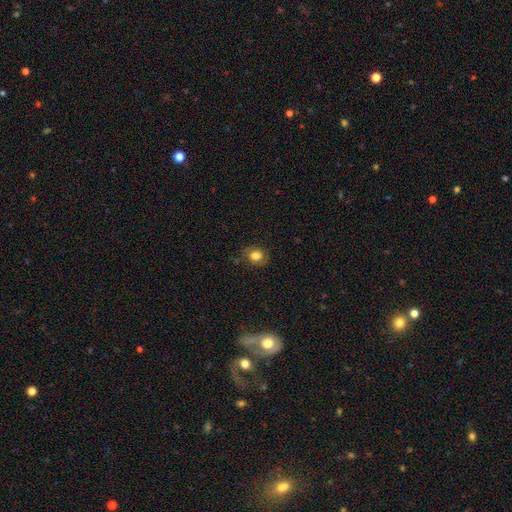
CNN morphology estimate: Smooth or featured?
  - smooth: 80% *
  - star or artifact: 11%
  - featured or disk: 9%
How rounded?
  - round: 56% *
  - in between: 43%
  - cigar-shaped: 1%
Merging?
  - none: 77% *
  - minor disturbance: 17%
  - major disturbance: 5%
  - merger: 1%